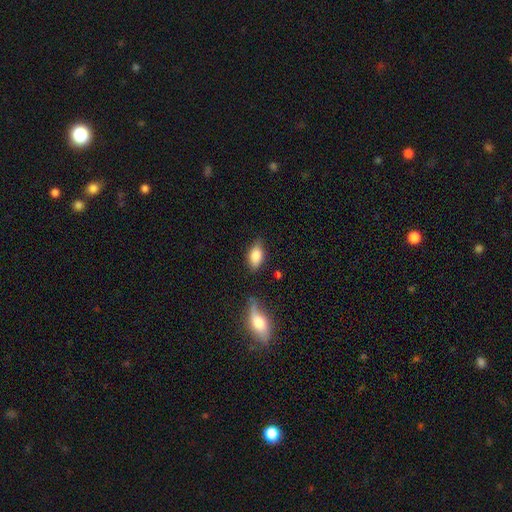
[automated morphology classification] Smooth or featured? smooth (80%)
How rounded? in between (89%)
Merging? none (75%)